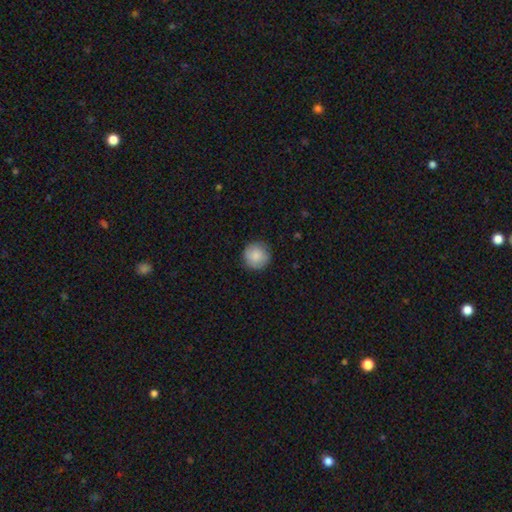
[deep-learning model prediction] Q: Smooth or featured?
A: smooth (86%); runner-up: featured or disk (7%)
Q: How rounded?
A: round (95%); runner-up: in between (4%)
Q: Merging?
A: none (88%); runner-up: minor disturbance (9%)